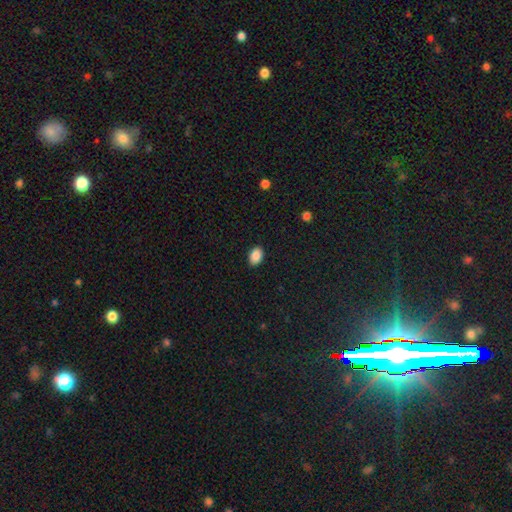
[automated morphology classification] Smooth or featured? smooth (89%)
How rounded? in between (82%)
Merging? none (90%)